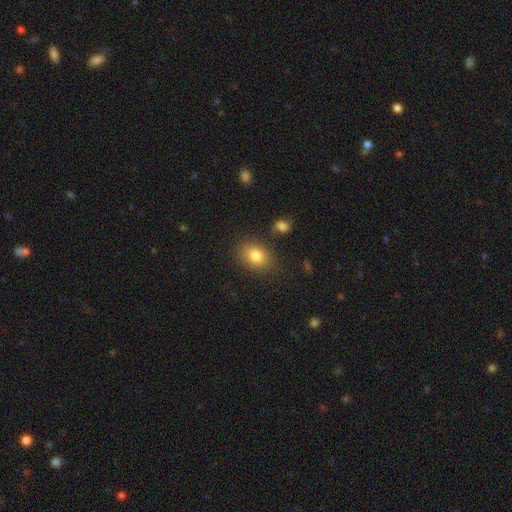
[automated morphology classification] type=smooth (81%); roundness=in between (63%); merging=none (79%).